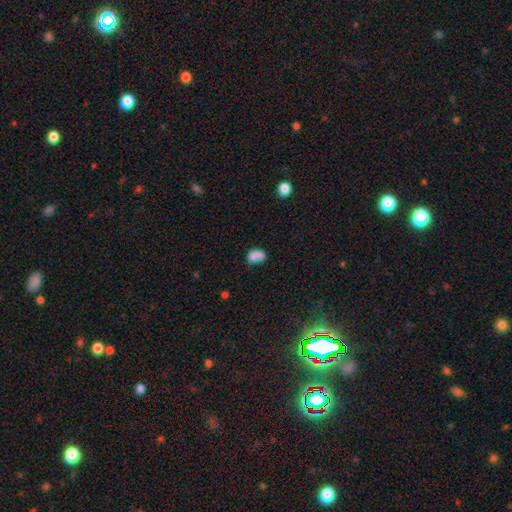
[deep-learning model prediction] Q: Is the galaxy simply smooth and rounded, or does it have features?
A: smooth — 75%.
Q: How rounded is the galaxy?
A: in between — 74%.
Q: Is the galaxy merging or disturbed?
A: none — 37%.